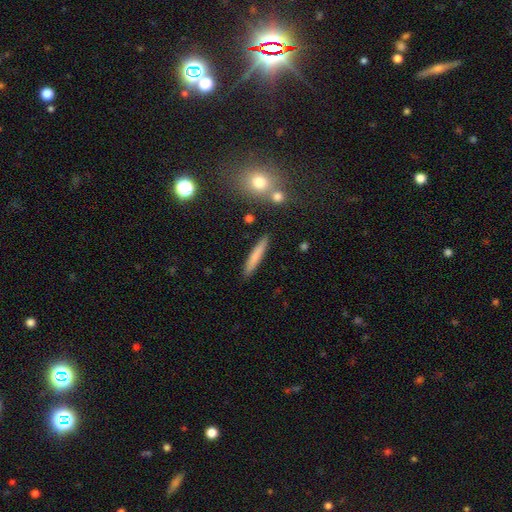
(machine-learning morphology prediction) Overall: smooth (74%). How rounded: cigar-shaped (93%). Merging: none (89%).